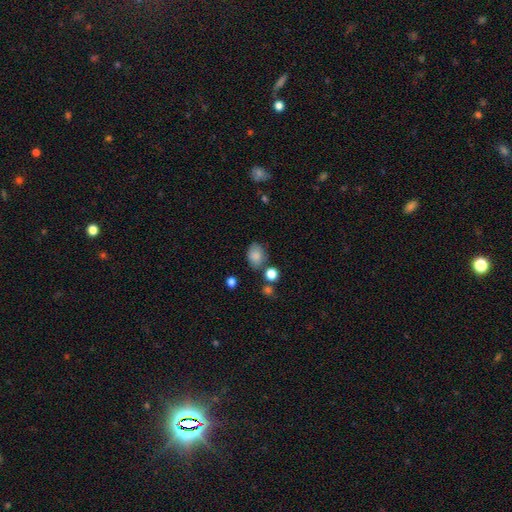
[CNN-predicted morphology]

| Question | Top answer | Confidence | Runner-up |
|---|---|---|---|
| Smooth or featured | smooth | 82% | star or artifact (10%) |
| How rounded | in between | 63% | round (36%) |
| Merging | none | 66% | minor disturbance (20%) |